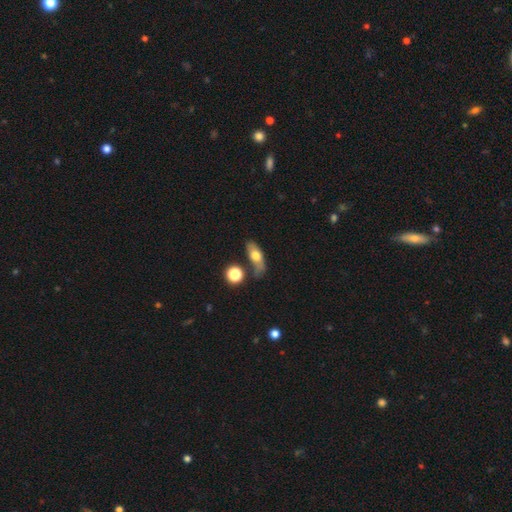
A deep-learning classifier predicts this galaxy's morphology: Overall: smooth (62%; featured or disk 29%). How rounded: in between (69%). Merging: none (47%; minor disturbance 24%).